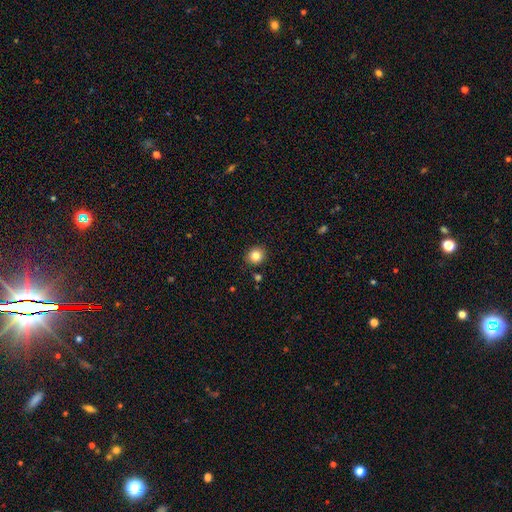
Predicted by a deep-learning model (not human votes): Smooth or featured? Predicted: smooth (p=0.83). How rounded? Predicted: round (p=0.85). Merging? Predicted: none (p=0.89).